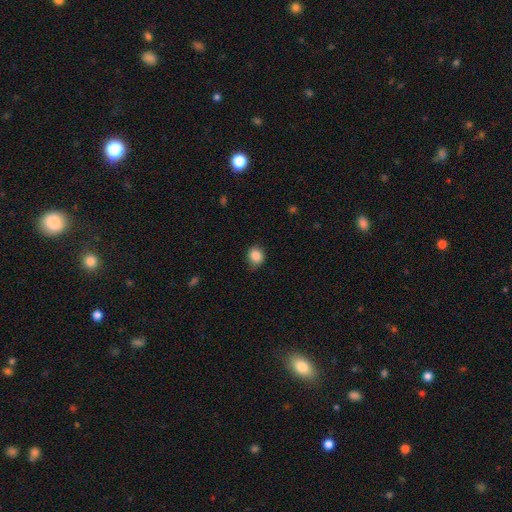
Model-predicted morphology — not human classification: type=smooth (87%); roundness=round (70%); merging=none (76%).